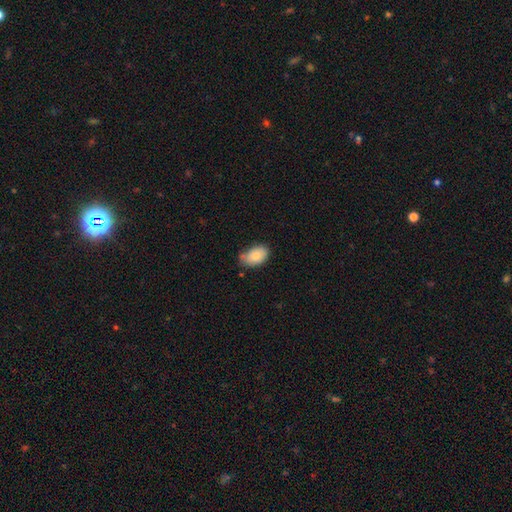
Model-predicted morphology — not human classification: smooth_or_featured: smooth (p=0.85) [alt: featured or disk p=0.08]
how_rounded: in between (p=0.90) [alt: round p=0.08]
merging: none (p=0.66) [alt: minor disturbance p=0.26]